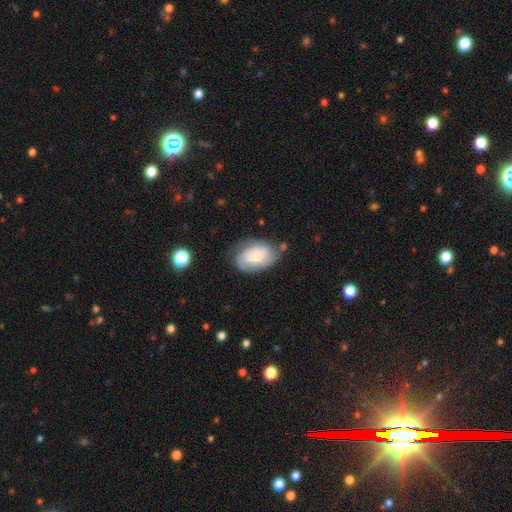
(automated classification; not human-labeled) A featured or disk galaxy (53%) with no bar (73%), spiral arms (81%) and a small central bulge (57%).

Vote fractions:
- Smooth or featured? featured or disk: 53% / smooth: 40% / star or artifact: 7%
- Edge-on disk? no: 96% / yes: 4%
- Bar? no: 73% / weak: 22% / strong: 5%
- Spiral arms? yes: 81% / no: 19%
- Bulge size? small: 57% / moderate: 31% / large: 6% / none: 4% / dominant: 2%
- Merging? none: 61% / minor disturbance: 26% / major disturbance: 10% / merger: 4%